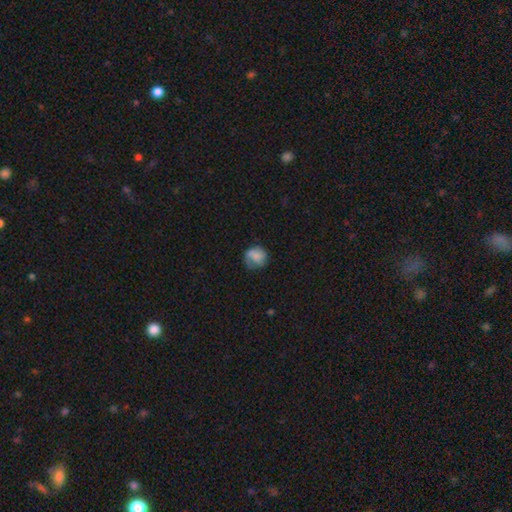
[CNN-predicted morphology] A smooth galaxy with no disk features (68%) that is round (76%). Merging: none (54%).